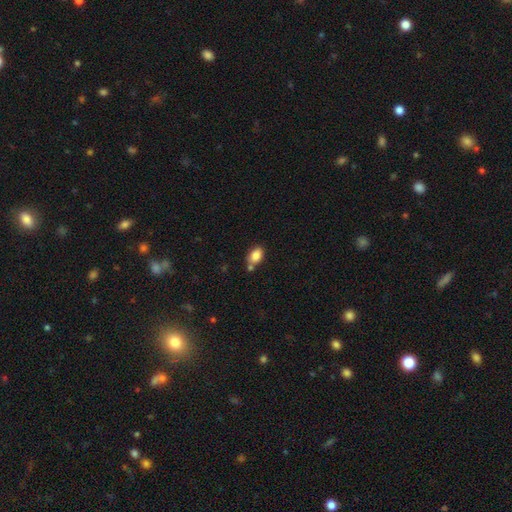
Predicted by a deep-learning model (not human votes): Overall: smooth (84%). How rounded: in between (83%). Merging: none (65%).